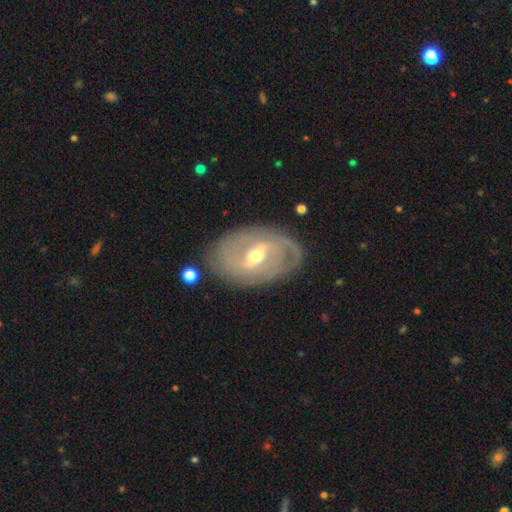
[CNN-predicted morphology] Smooth or featured? featured or disk (82%)
Edge-on disk? no (94%)
Bar? weak (50%)
Spiral arms? yes (87%)
Spiral winding? tight (54%)
Spiral arm count? 2 (49%)
Bulge size? moderate (61%)
Merging? none (79%)